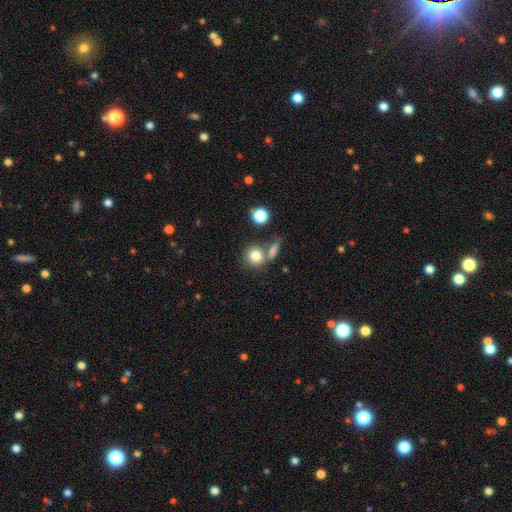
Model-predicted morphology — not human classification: Overall: smooth (81%). How rounded: round (83%). Merging: none (58%; merger 27%).